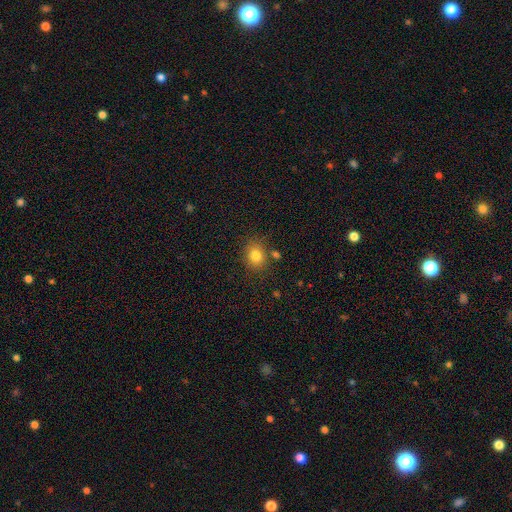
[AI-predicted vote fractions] A smooth galaxy with no disk features (81%) that is round (62%). Merging: none (79%).